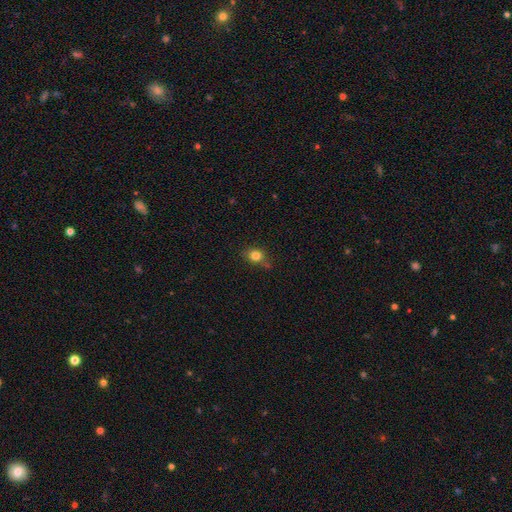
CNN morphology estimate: The model was most divided on "how rounded": round: 62%, in between: 36%, cigar-shaped: 1%. More confident: smooth or featured — smooth (81%); merging — none (69%).